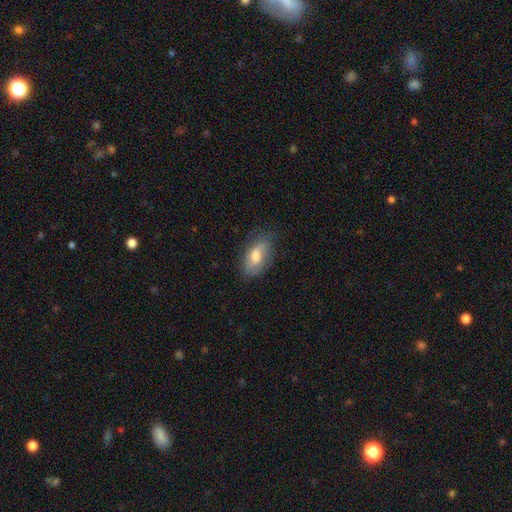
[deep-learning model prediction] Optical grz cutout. It shows a smooth galaxy with no disk features (61%) that is in between round and cigar-shaped (88%). Merging: none (70%).